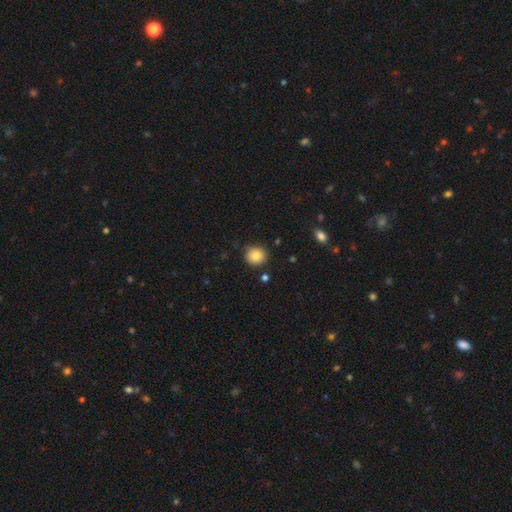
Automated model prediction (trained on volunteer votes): The model was most divided on "smooth or featured": smooth: 85%, star or artifact: 9%, featured or disk: 6%. More confident: how rounded — round (88%); merging — none (86%).